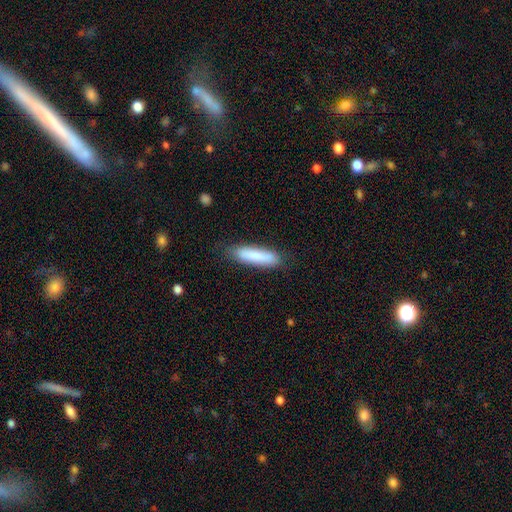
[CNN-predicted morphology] This appears to be a smooth galaxy with no disk features (85%) that is cigar-shaped (77%). Merging: none (83%).